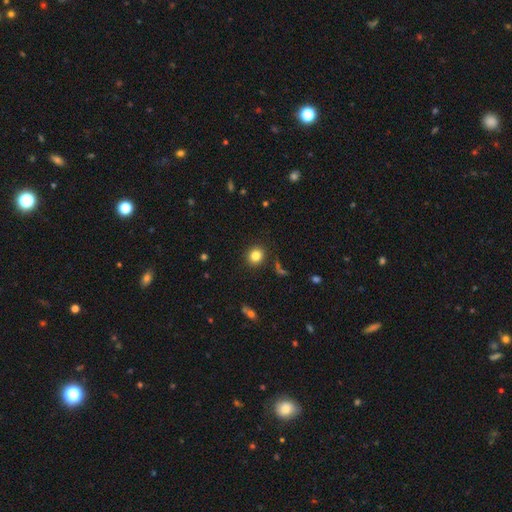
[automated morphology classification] smooth_or_featured: smooth (p=0.82) [alt: star or artifact p=0.12]
how_rounded: round (p=0.85) [alt: in between p=0.15]
merging: none (p=0.89) [alt: minor disturbance p=0.07]